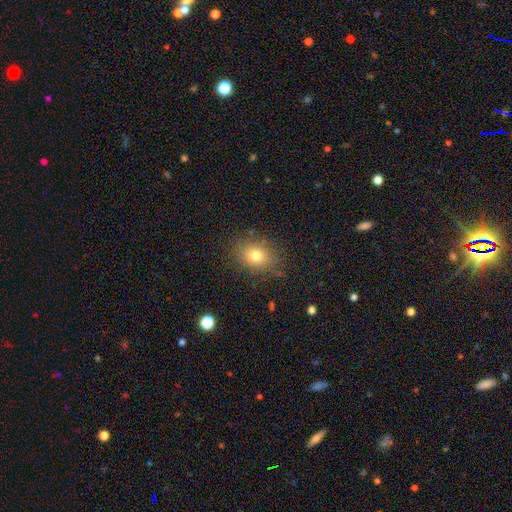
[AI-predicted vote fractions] Smooth or featured? Predicted: smooth (p=0.76). How rounded? Predicted: in between (p=0.55). Merging? Predicted: none (p=0.82).